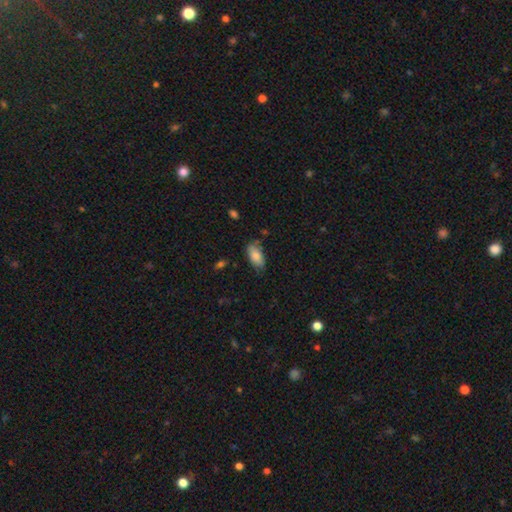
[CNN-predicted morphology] A smooth galaxy with no disk features (84%) that is in between round and cigar-shaped (92%).

Vote fractions:
- Smooth or featured? smooth: 84% / featured or disk: 9% / star or artifact: 7%
- How rounded? in between: 92% / cigar-shaped: 6% / round: 2%
- Merging? none: 70% / minor disturbance: 21% / major disturbance: 5% / merger: 4%